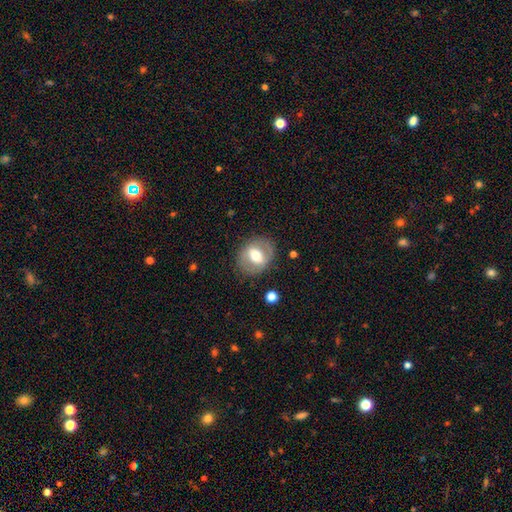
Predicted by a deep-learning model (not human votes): Smooth or featured: featured or disk — 49% (smooth — 44%)
Merging: none — 80% (minor disturbance — 12%)